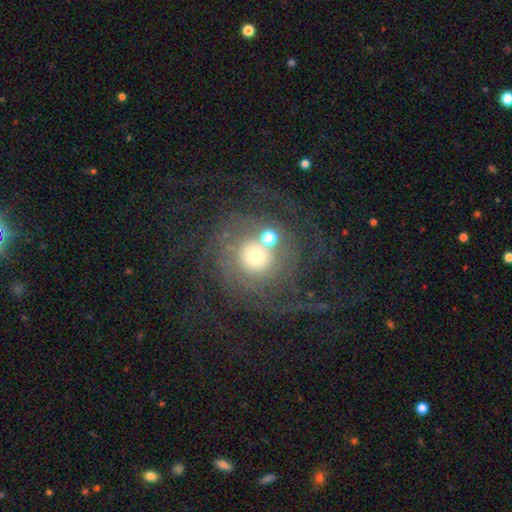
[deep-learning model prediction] This appears to be a featured or disk galaxy (72%) with no bar (85%), tight (49%) spiral arms (83%) and a moderate central bulge (43%). Merging: none (55%).